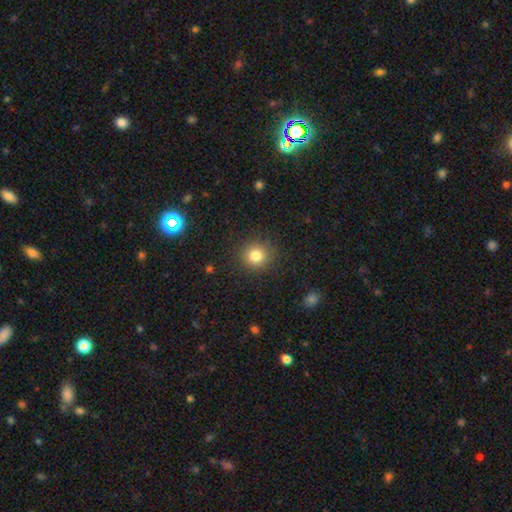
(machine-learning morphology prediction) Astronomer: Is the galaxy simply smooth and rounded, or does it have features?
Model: smooth — 81%.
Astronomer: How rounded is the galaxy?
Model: round — 91%.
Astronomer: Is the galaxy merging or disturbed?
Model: none — 89%.